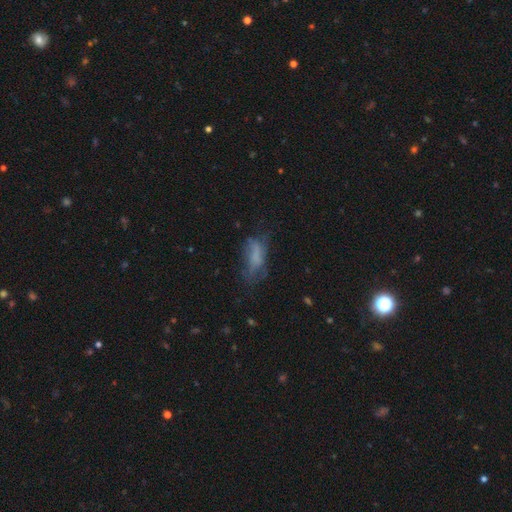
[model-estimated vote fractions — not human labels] A smooth galaxy with no disk features (53%) that is in between round and cigar-shaped (73%). Merging: none (39%).